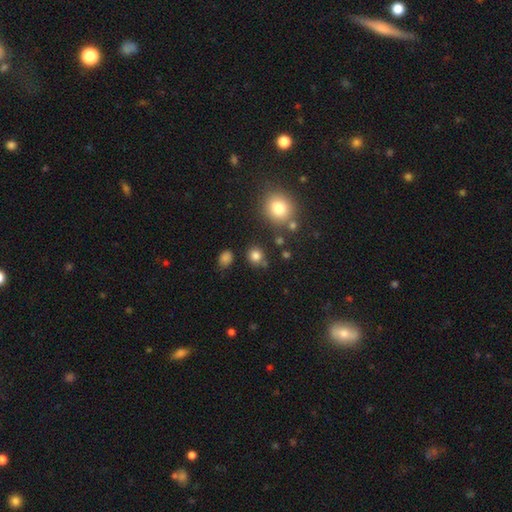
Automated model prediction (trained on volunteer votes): Q: Smooth or featured?
A: smooth (81%); runner-up: star or artifact (14%)
Q: How rounded?
A: round (81%); runner-up: in between (18%)
Q: Merging?
A: none (79%); runner-up: minor disturbance (11%)